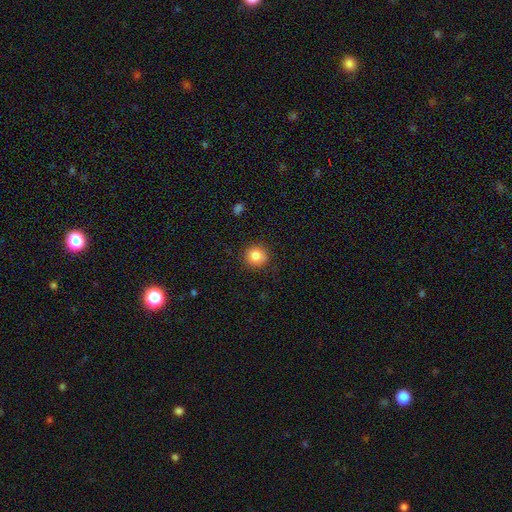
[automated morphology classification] This is clearly a smooth galaxy (84%). How rounded: clearly round (90%). Merging: clearly none (87%).